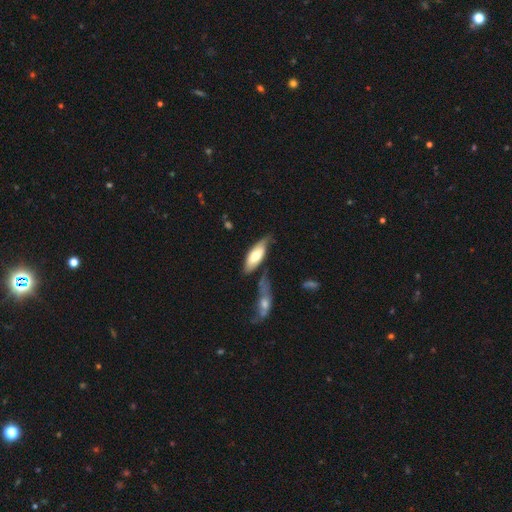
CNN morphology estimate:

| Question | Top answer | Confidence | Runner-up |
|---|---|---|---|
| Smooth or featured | smooth | 60% | featured or disk (34%) |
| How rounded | in between | 72% | cigar-shaped (27%) |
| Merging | none | 51% | minor disturbance (27%) |